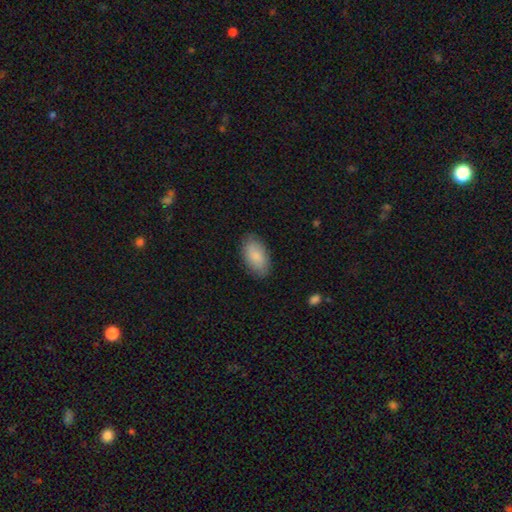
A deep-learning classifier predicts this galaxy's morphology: This is clearly a smooth galaxy (85%). How rounded: clearly in between (95%). Merging: clearly none (84%).